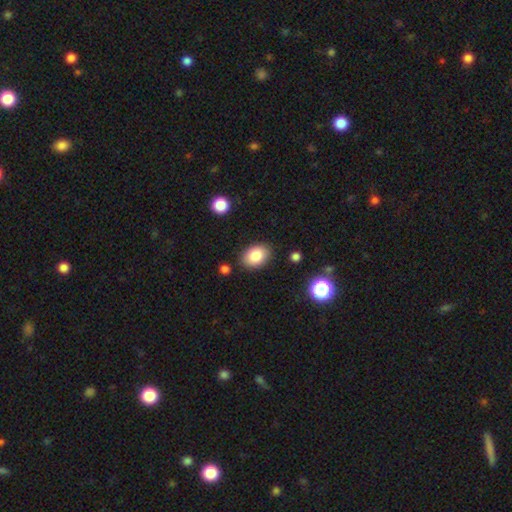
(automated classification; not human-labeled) A smooth galaxy with no disk features (84%) that is in between round and cigar-shaped (80%). Merging: none (85%).